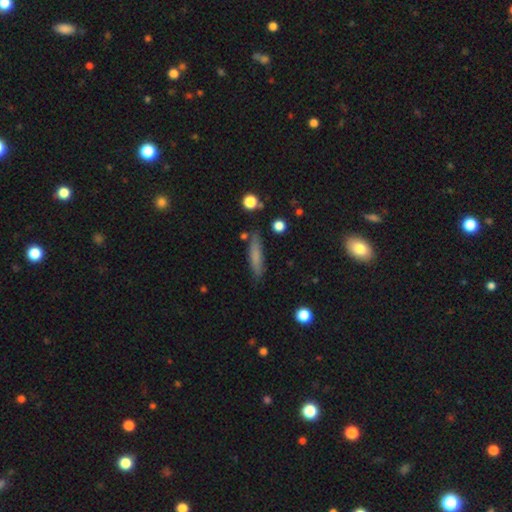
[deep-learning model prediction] This is likely a smooth galaxy (72%). How rounded: clearly cigar-shaped (82%). Merging: clearly none (81%).